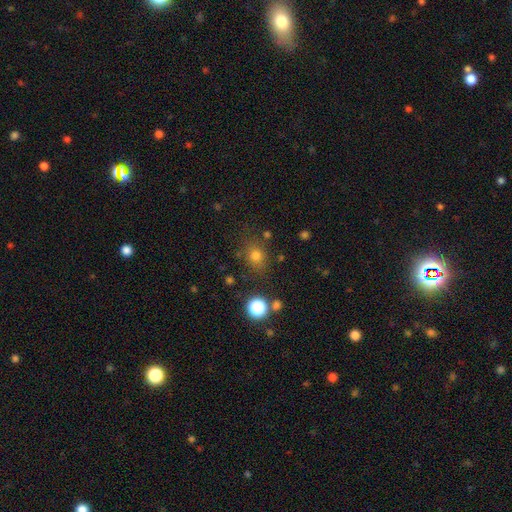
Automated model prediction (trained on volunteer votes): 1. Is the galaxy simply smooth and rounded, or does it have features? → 73% smooth, 19% star or artifact, 8% featured or disk.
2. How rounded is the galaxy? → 69% round, 30% in between, 1% cigar-shaped.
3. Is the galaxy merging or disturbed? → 78% none, 13% minor disturbance, 5% merger, 5% major disturbance.